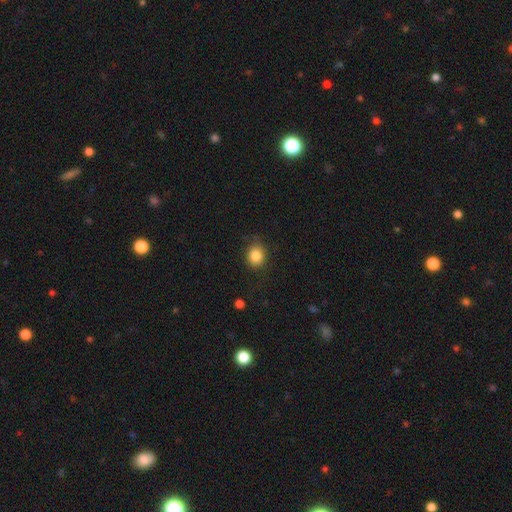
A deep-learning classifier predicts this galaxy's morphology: A smooth galaxy with no disk features (85%) that is round (71%).

Vote fractions:
- Smooth or featured? smooth: 85% / star or artifact: 10% / featured or disk: 5%
- How rounded? round: 71% / in between: 28% / cigar-shaped: 1%
- Merging? none: 77% / minor disturbance: 17% / major disturbance: 5% / merger: 1%